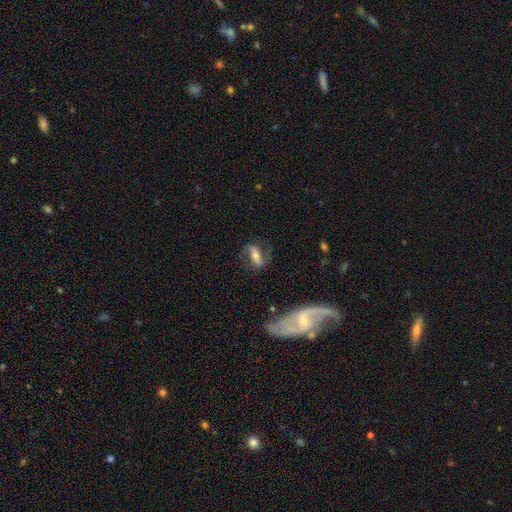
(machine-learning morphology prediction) A featured or disk galaxy (70%) with a strong bar (54%), 2 (90%) loose (47%) spiral arms (90%) and a moderate central bulge (47%). Merging: none (71%).